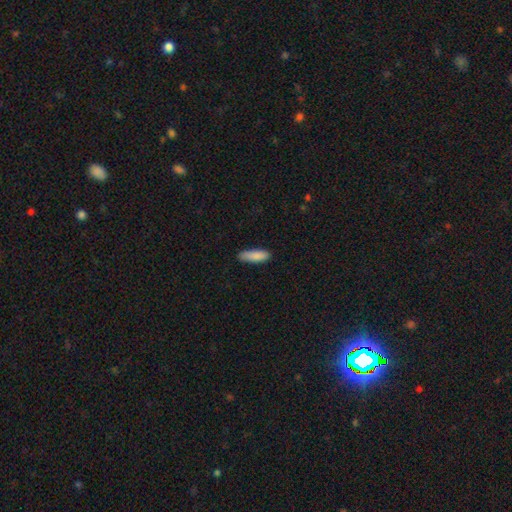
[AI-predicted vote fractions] A smooth galaxy with no disk features (88%) that is in between round and cigar-shaped (51%). Merging: none (82%).